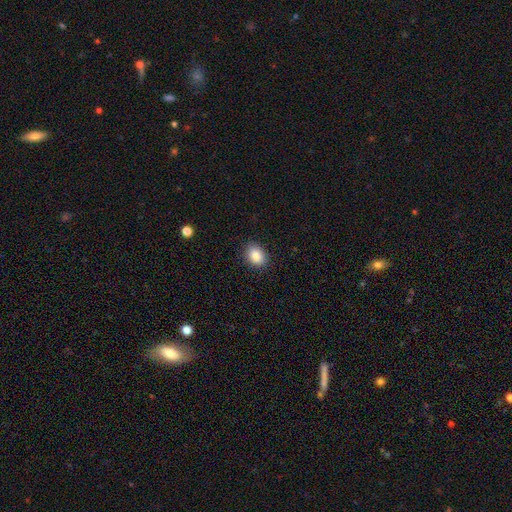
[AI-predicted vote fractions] Overall: smooth (86%). How rounded: in between (66%; round 33%). Merging: none (87%).